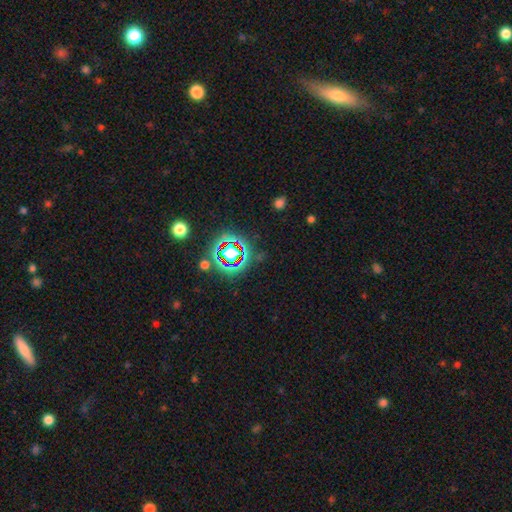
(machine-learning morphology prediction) This is likely a star or artifact rather than a galaxy (78%).